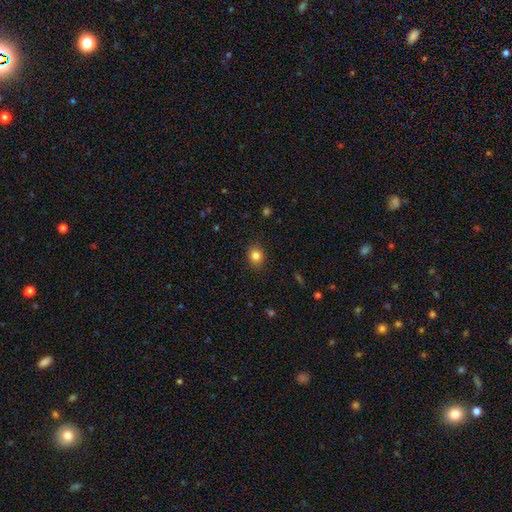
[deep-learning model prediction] This appears to be a smooth galaxy with no disk features (84%) that is round (64%). Merging: none (87%).